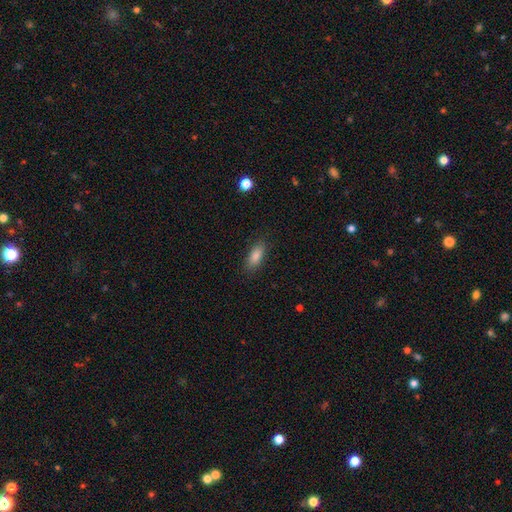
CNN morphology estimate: Smooth or featured?
  - smooth: 84% *
  - star or artifact: 8%
  - featured or disk: 8%
How rounded?
  - in between: 77% *
  - cigar-shaped: 20%
  - round: 3%
Merging?
  - none: 86% *
  - minor disturbance: 10%
  - major disturbance: 3%
  - merger: 1%